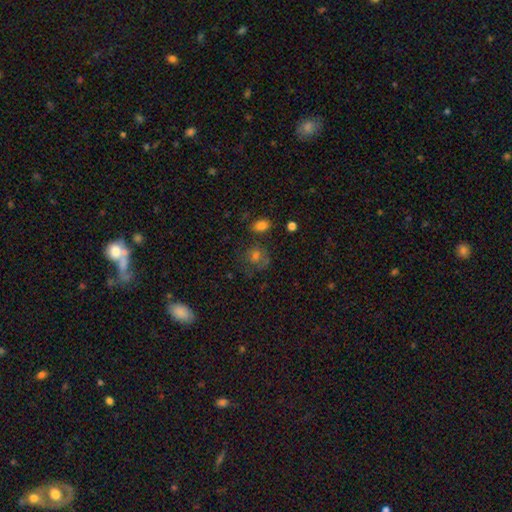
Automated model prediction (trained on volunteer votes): This is possibly a smooth galaxy (59%). How rounded: likely round (71%). Merging: possibly none (59%).